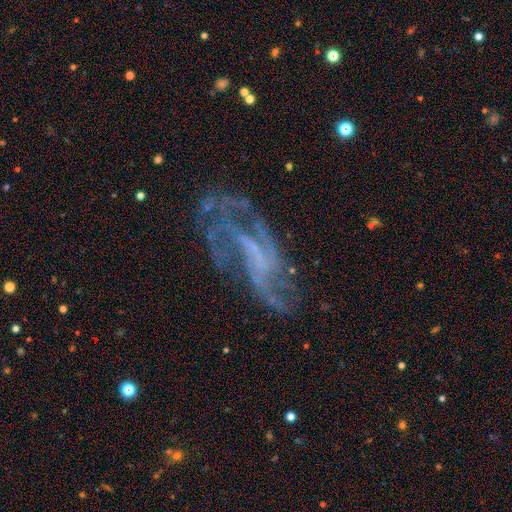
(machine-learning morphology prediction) Smooth or featured? featured or disk (77%)
Edge-on disk? no (93%)
Bar? no (41%)
Spiral arms? yes (84%)
Spiral winding? medium (40%)
Spiral arm count? can't tell (35%)
Bulge size? none (59%)
Merging? none (55%)